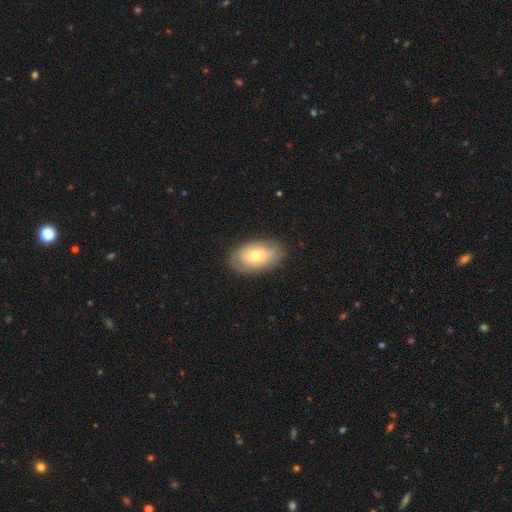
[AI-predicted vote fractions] This is possibly a smooth galaxy (56%). How rounded: clearly in between (90%). Merging: likely none (79%).